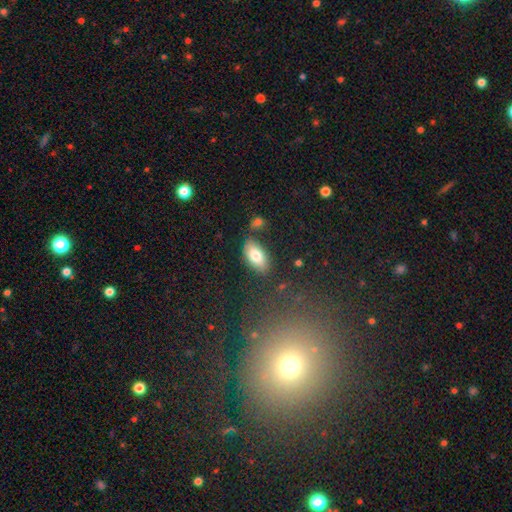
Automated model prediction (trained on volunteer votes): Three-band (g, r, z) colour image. It shows a smooth galaxy with no disk features (79%) that is in between round and cigar-shaped (93%). Merging: none (79%).